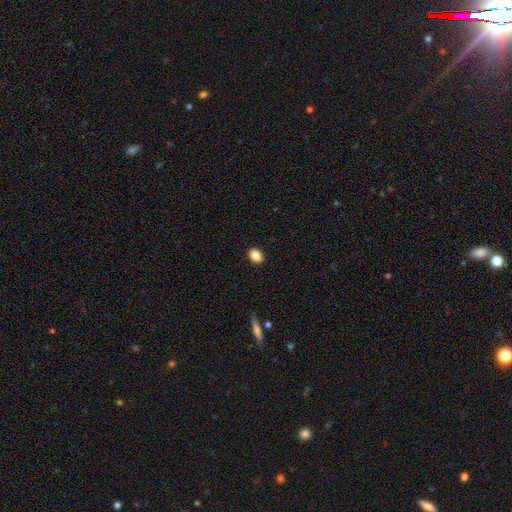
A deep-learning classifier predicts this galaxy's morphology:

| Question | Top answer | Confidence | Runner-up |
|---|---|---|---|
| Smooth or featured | smooth | 86% | star or artifact (9%) |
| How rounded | in between | 69% | round (30%) |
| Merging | none | 90% | minor disturbance (7%) |